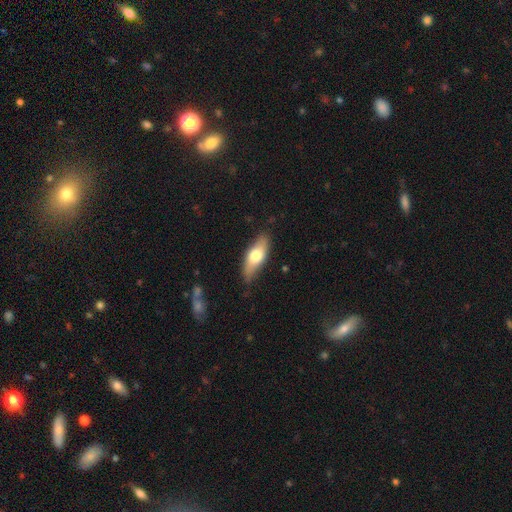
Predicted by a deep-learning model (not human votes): A smooth galaxy with no disk features (63%) that is in between round and cigar-shaped (69%). Merging: none (80%).